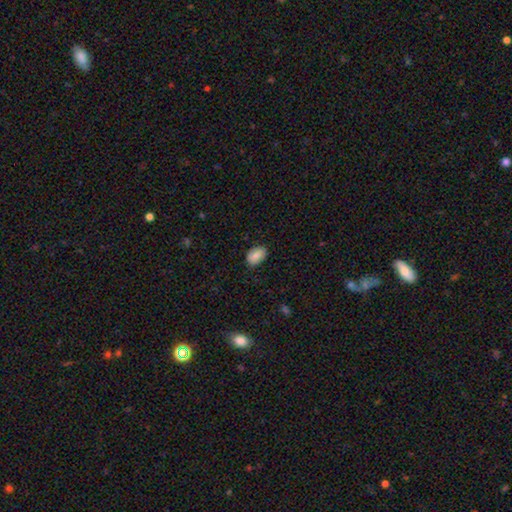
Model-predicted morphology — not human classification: type=smooth (85%); roundness=in between (86%); merging=none (80%).